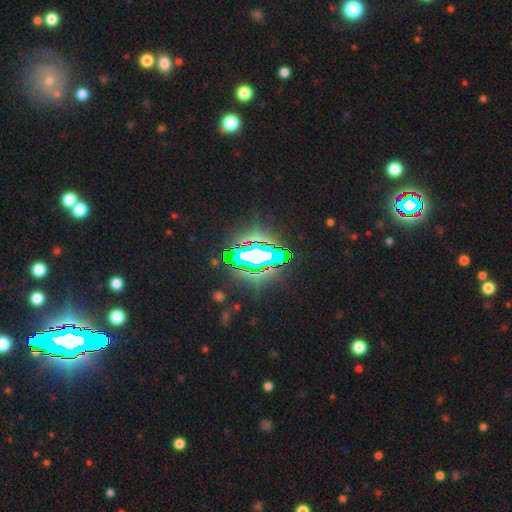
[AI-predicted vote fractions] Overall: star or artifact (72%).